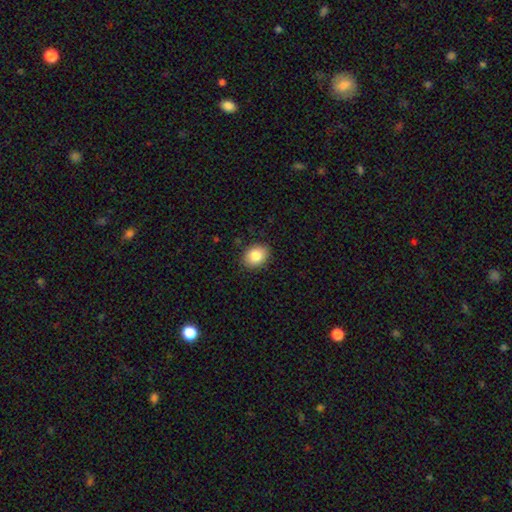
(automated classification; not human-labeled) Overall: smooth (84%). How rounded: in between (56%; round 43%). Merging: none (87%).